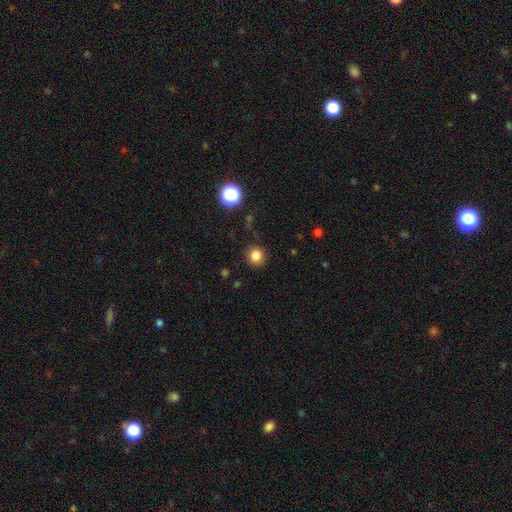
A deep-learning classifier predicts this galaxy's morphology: This appears to be a smooth galaxy with no disk features (83%) that is round (87%). Merging: none (87%).